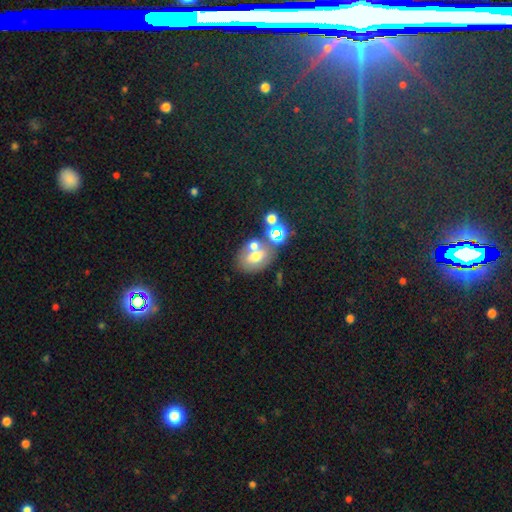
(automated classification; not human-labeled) This appears to be a smooth galaxy with no disk features (55%) that is in between round and cigar-shaped (62%). Merging: none (46%).